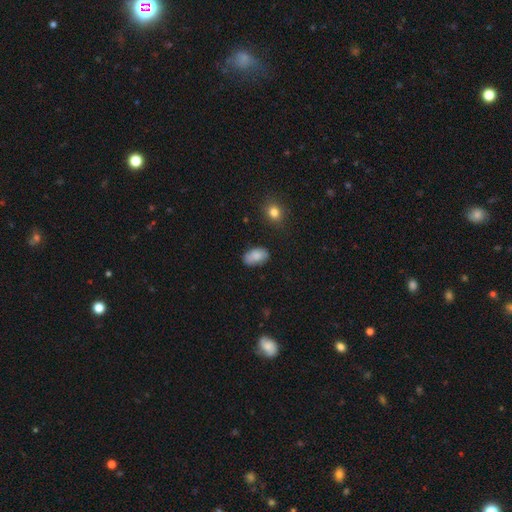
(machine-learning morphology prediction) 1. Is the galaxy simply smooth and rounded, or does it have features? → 83% smooth, 9% featured or disk, 8% star or artifact.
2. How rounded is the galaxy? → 92% in between, 6% round, 2% cigar-shaped.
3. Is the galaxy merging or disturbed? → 72% none, 21% minor disturbance, 4% major disturbance, 2% merger.